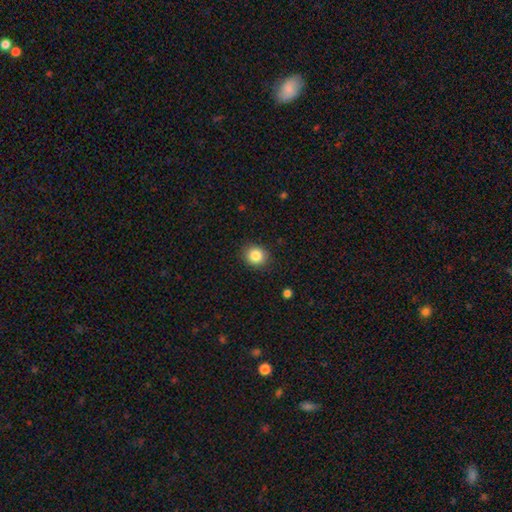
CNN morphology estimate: smooth_or_featured: smooth (p=0.85) [alt: star or artifact p=0.10]
how_rounded: round (p=0.81) [alt: in between p=0.18]
merging: none (p=0.90) [alt: minor disturbance p=0.07]